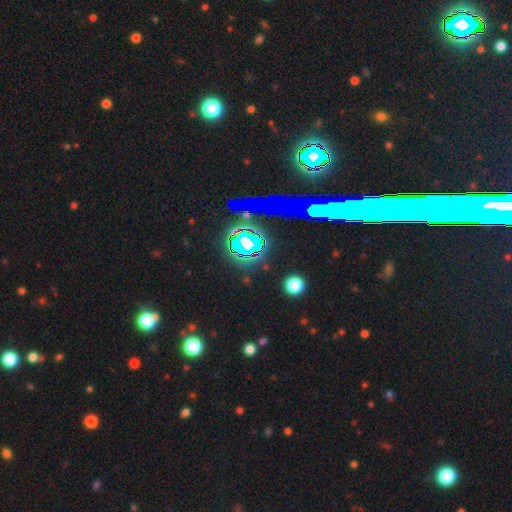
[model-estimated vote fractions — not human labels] This appears to be a star or artifact, not a galaxy (68%).